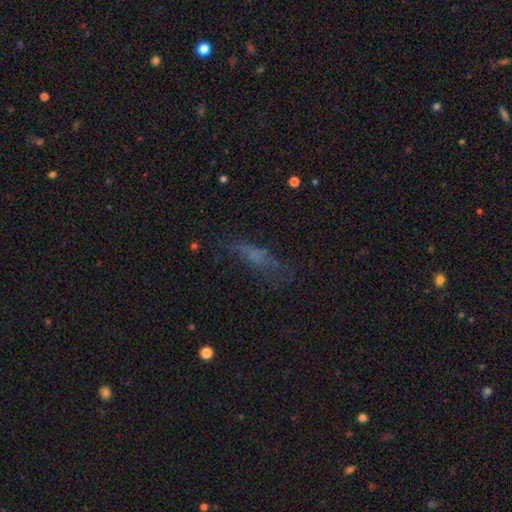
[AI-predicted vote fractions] The model was most divided on "smooth or featured": smooth: 46%, featured or disk: 33%, star or artifact: 20%. More confident: merging — none (51%).